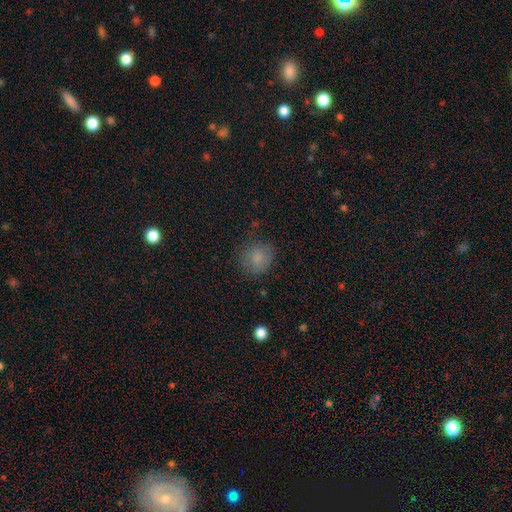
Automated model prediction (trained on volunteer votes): Q: Smooth or featured?
A: smooth (79%); runner-up: star or artifact (14%)
Q: How rounded?
A: round (83%); runner-up: in between (16%)
Q: Merging?
A: none (80%); runner-up: minor disturbance (14%)